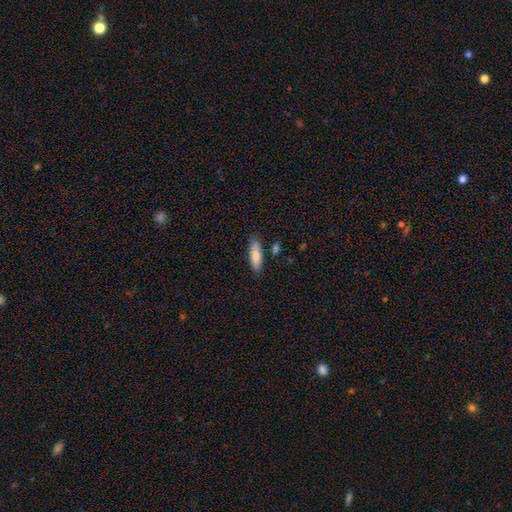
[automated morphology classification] Overall: smooth (83%). How rounded: cigar-shaped (55%; in between 43%). Merging: none (83%).